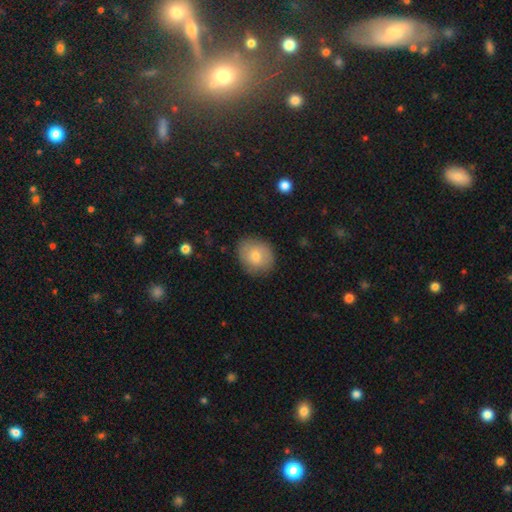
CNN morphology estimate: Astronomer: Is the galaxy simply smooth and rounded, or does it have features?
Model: smooth — 70%.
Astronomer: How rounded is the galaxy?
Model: round — 66%.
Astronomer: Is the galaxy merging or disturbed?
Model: none — 82%.